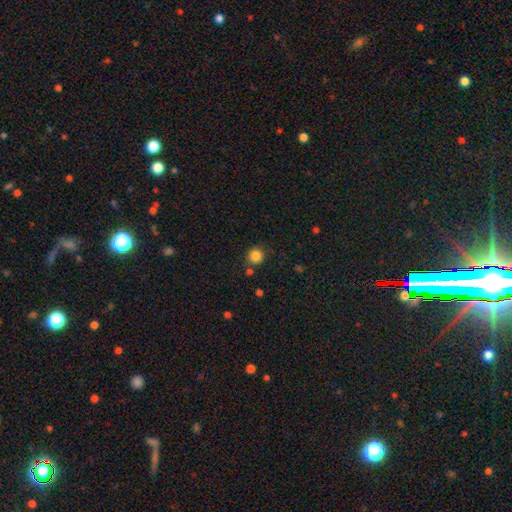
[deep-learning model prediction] smooth-or-featured: smooth: 84% | star or artifact: 11% | featured or disk: 4%
  how-rounded: round: 91% | in between: 8% | cigar-shaped: 1%
  merging: none: 81% | minor disturbance: 10% | merger: 6% | major disturbance: 3%